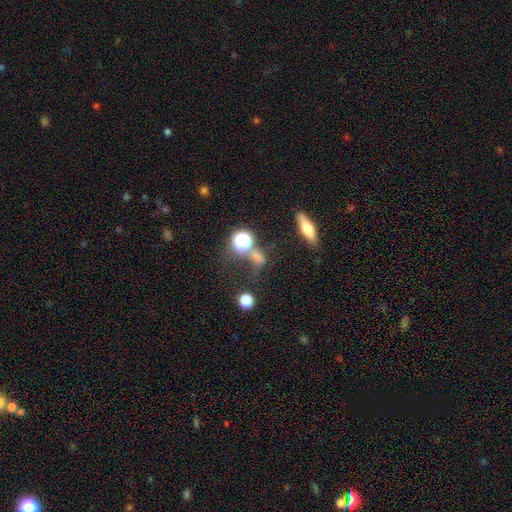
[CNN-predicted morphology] type=smooth (58%); roundness=round (50%); merging=none (53%).